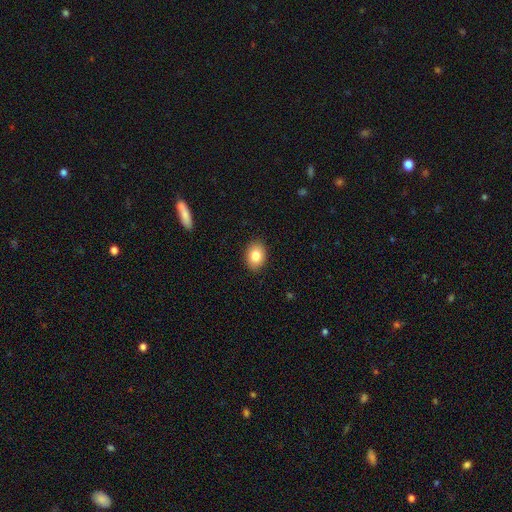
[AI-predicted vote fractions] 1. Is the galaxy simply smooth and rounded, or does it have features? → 82% smooth, 9% featured or disk, 8% star or artifact.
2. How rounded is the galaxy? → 68% in between, 31% round, 1% cigar-shaped.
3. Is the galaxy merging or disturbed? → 90% none, 8% minor disturbance, 2% major disturbance, 1% merger.